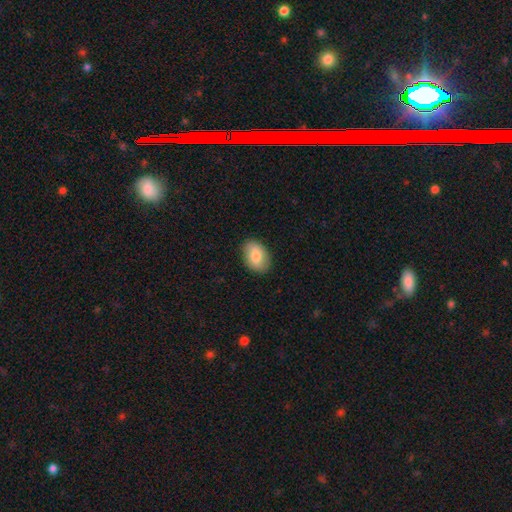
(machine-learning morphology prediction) This appears to be a smooth galaxy with no disk features (81%) that is in between round and cigar-shaped (86%). Merging: none (87%).